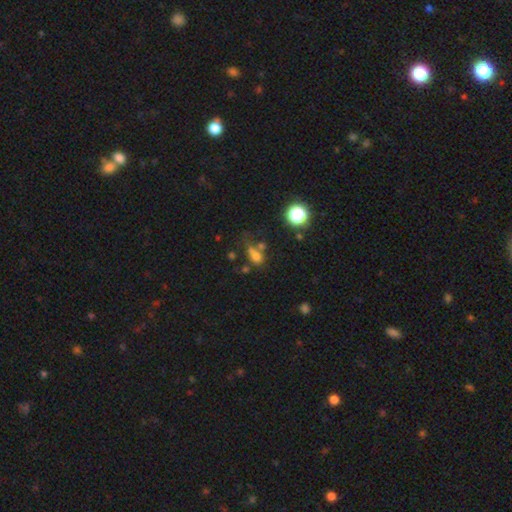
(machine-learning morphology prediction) This is likely a smooth galaxy (62%). How rounded: possibly round (53%). Merging: marginally merger (39%).